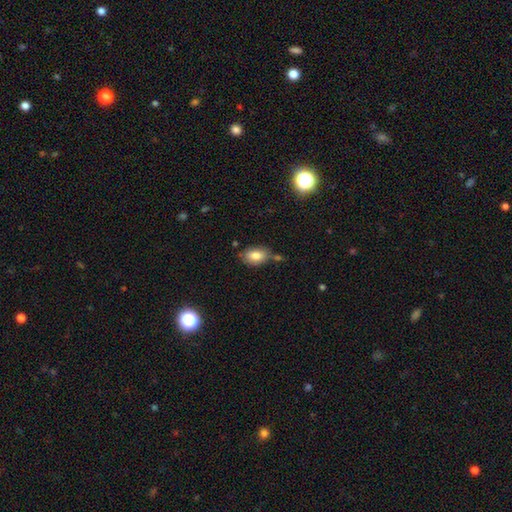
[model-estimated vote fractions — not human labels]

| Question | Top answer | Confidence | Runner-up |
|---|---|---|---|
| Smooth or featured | smooth | 81% | featured or disk (10%) |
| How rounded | in between | 83% | round (15%) |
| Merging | none | 69% | minor disturbance (18%) |